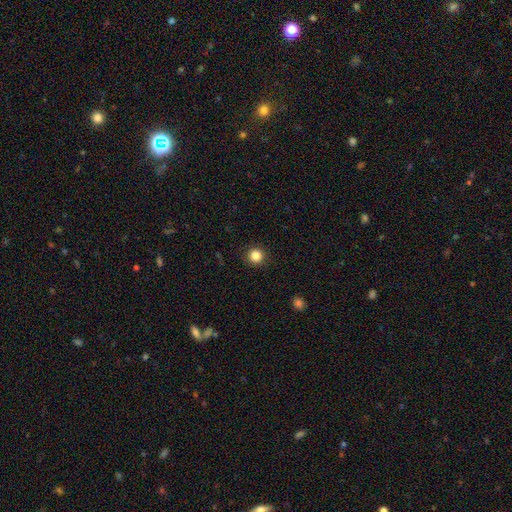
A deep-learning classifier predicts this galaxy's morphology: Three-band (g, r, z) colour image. It shows a smooth galaxy with no disk features (84%) that is round (95%). Merging: none (92%).